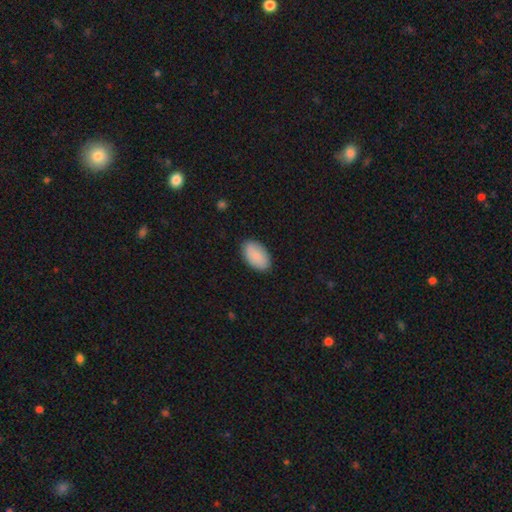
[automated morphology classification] A smooth galaxy with no disk features (83%) that is in between round and cigar-shaped (94%). Merging: none (87%).